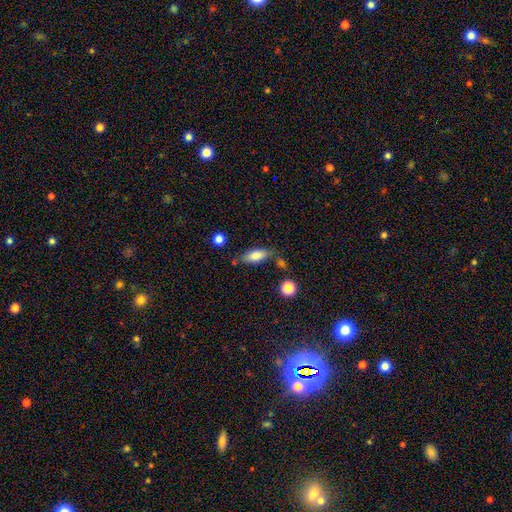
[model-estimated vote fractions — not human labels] The model was most divided on "merging": none: 66%, minor disturbance: 19%, merger: 9%, major disturbance: 5%. More confident: smooth or featured — smooth (79%); how rounded — in between (77%).